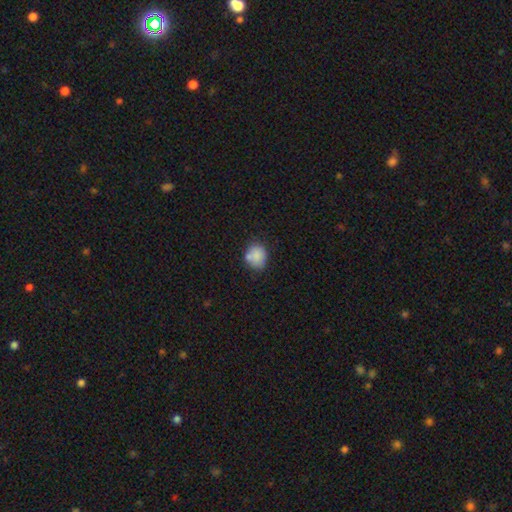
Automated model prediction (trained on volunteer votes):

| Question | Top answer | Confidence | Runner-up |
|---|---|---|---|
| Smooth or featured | smooth | 80% | featured or disk (11%) |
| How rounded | round | 67% | in between (32%) |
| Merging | none | 60% | minor disturbance (19%) |